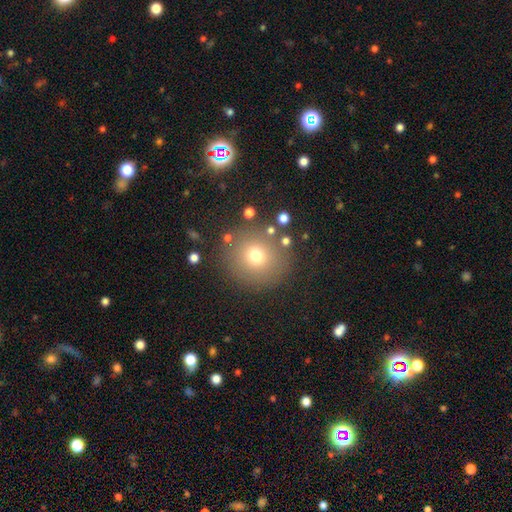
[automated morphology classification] smooth 72%, star or artifact 16%, featured or disk 12%. Down the decision tree: how rounded — round (90%); merging — none (83%).